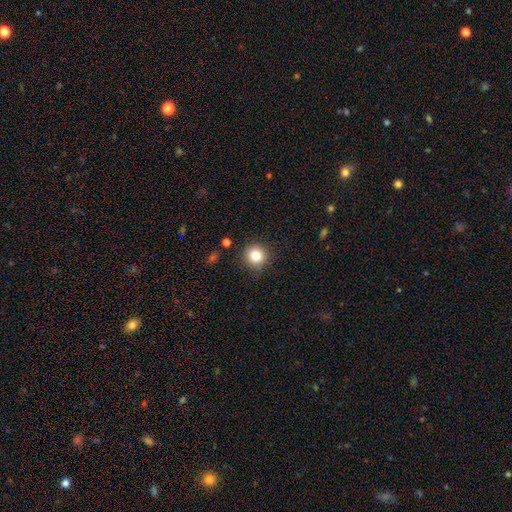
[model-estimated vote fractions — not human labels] Smooth or featured? Predicted: smooth (p=0.82). How rounded? Predicted: round (p=0.93). Merging? Predicted: none (p=0.87).